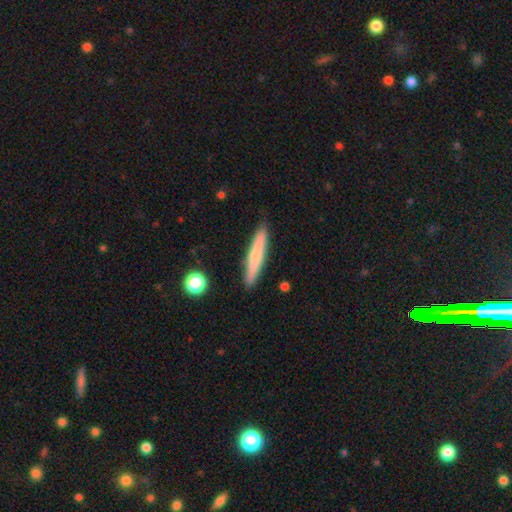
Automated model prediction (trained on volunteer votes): Smooth or featured? Predicted: smooth (p=0.63). How rounded? Predicted: cigar-shaped (p=0.93). Merging? Predicted: none (p=0.89).